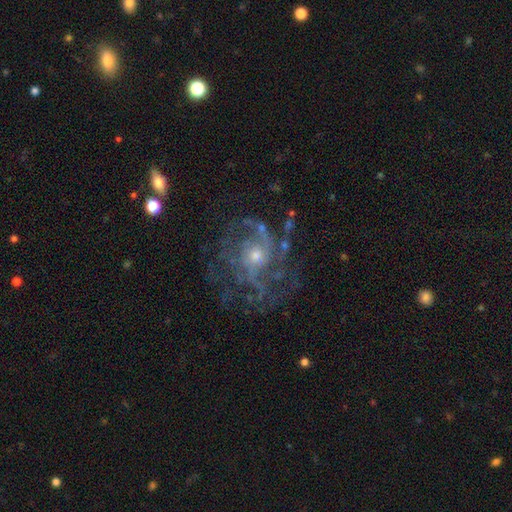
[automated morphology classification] A featured or disk galaxy (84%) with no bar (77%), medium (42%) spiral arms (88%) and a small central bulge (50%).

Vote fractions:
- Smooth or featured? featured or disk: 84% / star or artifact: 9% / smooth: 8%
- Edge-on disk? no: 97% / yes: 3%
- Bar? no: 77% / weak: 19% / strong: 4%
- Spiral arms? yes: 88% / no: 12%
- Spiral winding? medium: 42% / tight: 39% / loose: 19%
- Spiral arm count? can't tell: 33% / 2: 21% / 3: 20% / 4: 11% / more than 4: 7% / 1: 7%
- Bulge size? small: 50% / moderate: 45% / large: 3% / none: 2% / dominant: 1%
- Merging? none: 64% / major disturbance: 18% / minor disturbance: 17% / merger: 2%